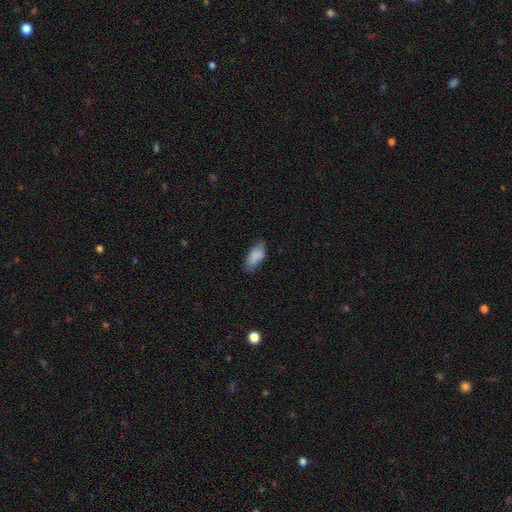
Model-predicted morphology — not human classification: This appears to be a smooth galaxy with no disk features (84%) that is in between round and cigar-shaped (84%). Merging: none (71%).